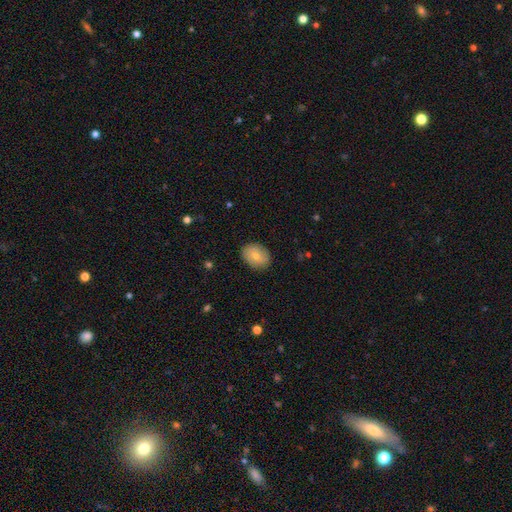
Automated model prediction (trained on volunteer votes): The model was most divided on "how rounded": in between: 64%, round: 35%, cigar-shaped: 1%. More confident: merging — none (86%); smooth or featured — smooth (73%).